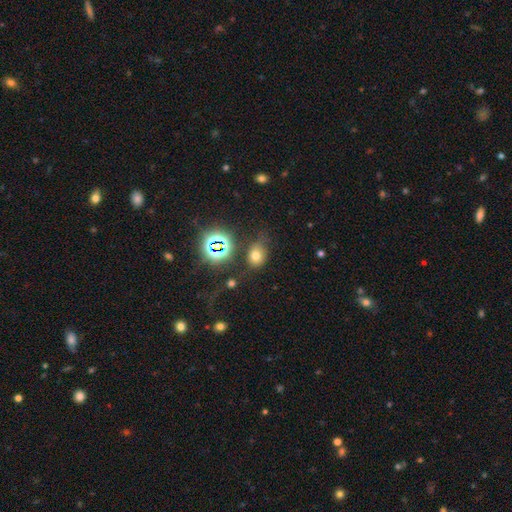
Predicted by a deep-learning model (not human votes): This appears to be a smooth galaxy with no disk features (66%) that is in between round and cigar-shaped (57%). Merging: none (69%).